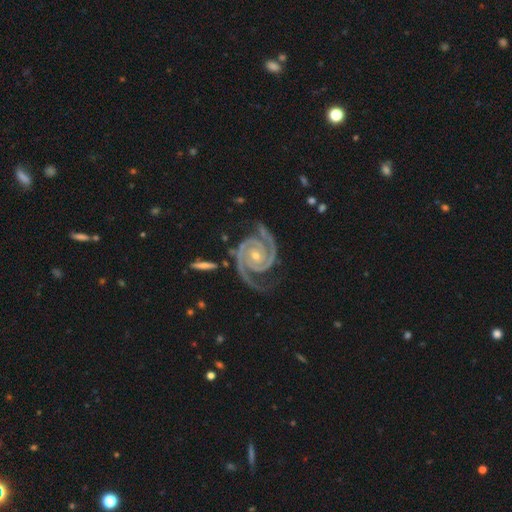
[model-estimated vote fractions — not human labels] The model was most divided on "bulge size": small: 62%, moderate: 35%, large: 1%, none: 1%, dominant: 1%. More confident: spiral arms — yes (99%); edge-on disk — no (98%); smooth or featured — featured or disk (94%); spiral arm count — 2 (90%); merging — none (77%); spiral winding — tight (72%); bar — no (71%).